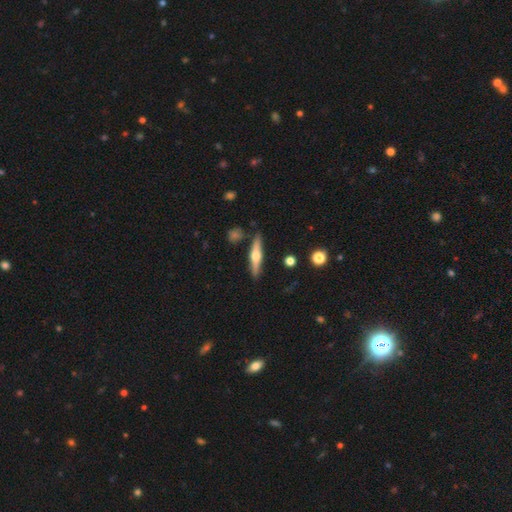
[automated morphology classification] A featured or disk galaxy (57%) viewed edge-on (95%) with a rounded central bulge (93%).

Vote fractions:
- Smooth or featured? featured or disk: 57% / smooth: 37% / star or artifact: 6%
- Edge-on disk? yes: 95% / no: 5%
- Edge-on bulge? rounded: 93% / none: 4% / boxy: 3%
- Merging? none: 86% / minor disturbance: 9% / merger: 3% / major disturbance: 2%